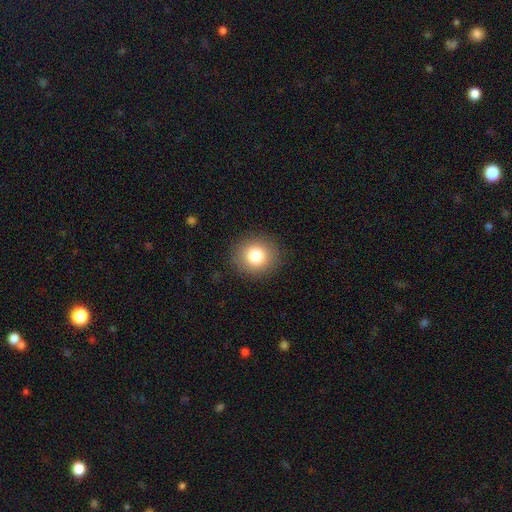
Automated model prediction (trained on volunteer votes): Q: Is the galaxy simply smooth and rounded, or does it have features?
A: smooth — 82%.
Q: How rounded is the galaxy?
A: round — 86%.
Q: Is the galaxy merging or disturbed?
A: none — 90%.